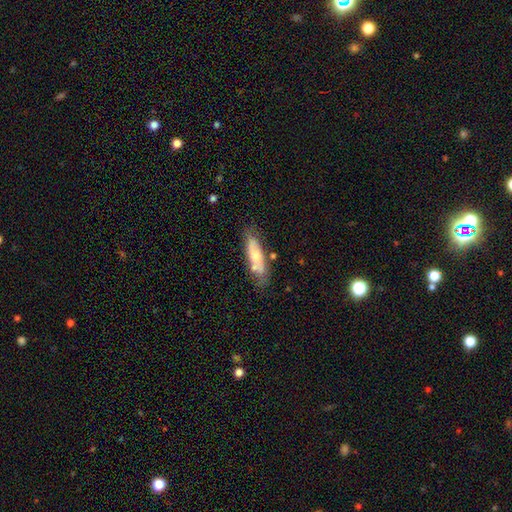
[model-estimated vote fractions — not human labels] Smooth or featured: smooth — 53% (featured or disk — 41%)
How rounded: cigar-shaped — 49% (tied with in between — 49%)
Merging: none — 62% (minor disturbance — 21%)